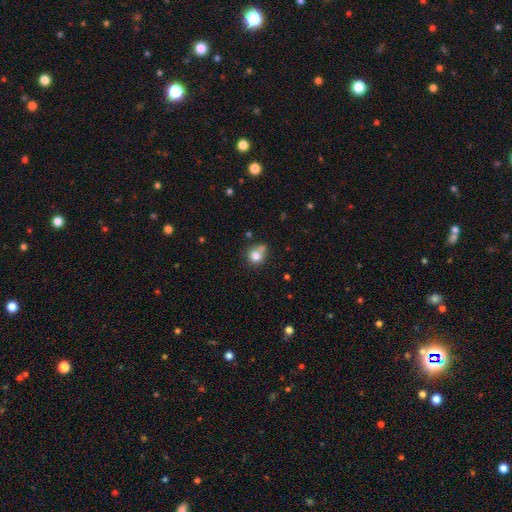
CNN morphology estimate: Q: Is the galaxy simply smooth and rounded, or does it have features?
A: smooth — 80%.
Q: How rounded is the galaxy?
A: round — 84%.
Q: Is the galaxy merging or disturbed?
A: none — 55%.